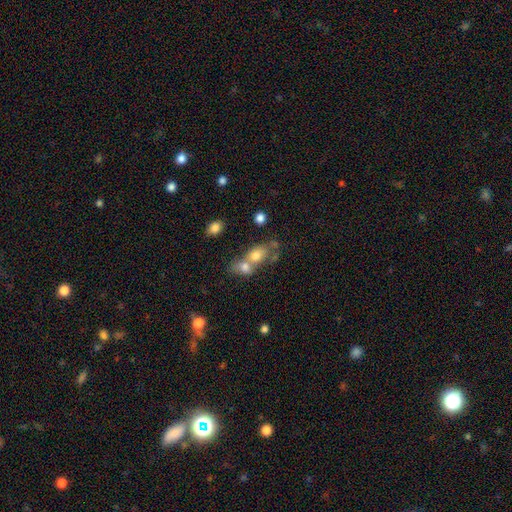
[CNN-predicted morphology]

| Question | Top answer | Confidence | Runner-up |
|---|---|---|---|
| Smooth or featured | smooth | 71% | featured or disk (18%) |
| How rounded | in between | 65% | round (31%) |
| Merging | merger | 67% | none (20%) |